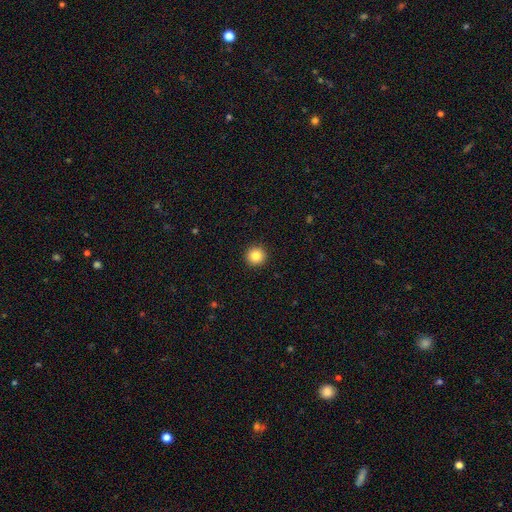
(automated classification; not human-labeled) This is clearly a smooth galaxy (85%). How rounded: clearly round (96%). Merging: clearly none (93%).